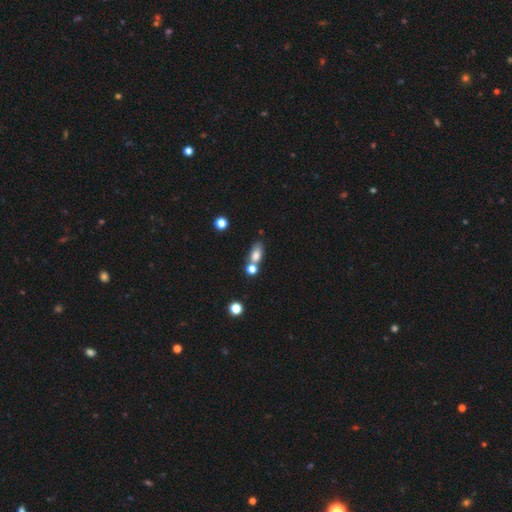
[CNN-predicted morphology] smooth-or-featured: smooth: 76% | featured or disk: 13% | star or artifact: 11%
  how-rounded: in between: 77% | round: 15% | cigar-shaped: 8%
  merging: none: 49% | merger: 33% | minor disturbance: 13% | major disturbance: 5%